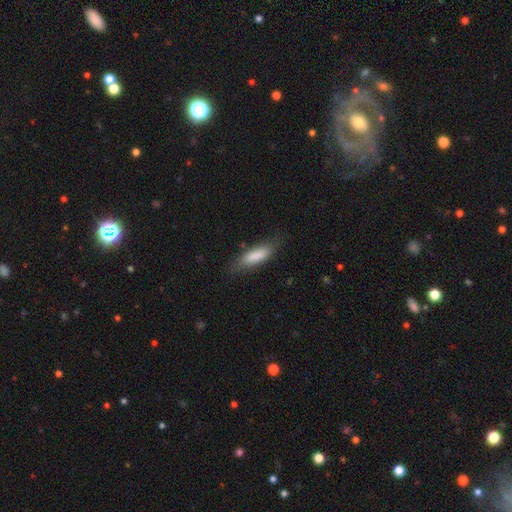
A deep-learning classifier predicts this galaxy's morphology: Overall: smooth (82%). How rounded: cigar-shaped (50%; in between 48%). Merging: none (73%).